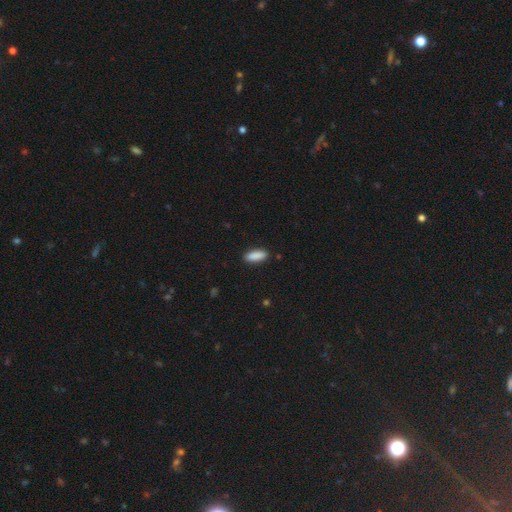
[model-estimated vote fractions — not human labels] This appears to be a smooth galaxy with no disk features (90%) that is in between round and cigar-shaped (65%). Merging: none (89%).